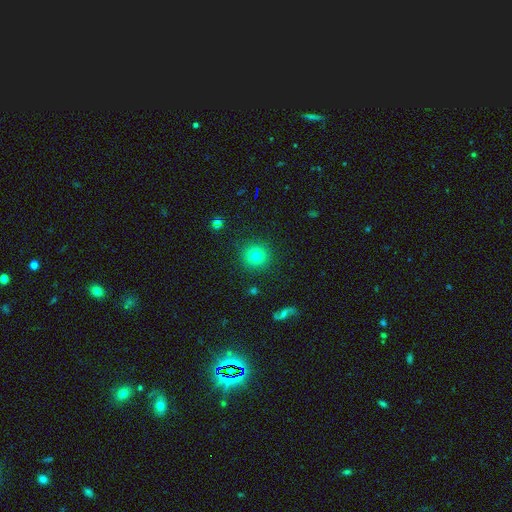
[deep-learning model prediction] This appears to be a smooth galaxy with no disk features (77%) that is round (94%). Merging: none (91%).